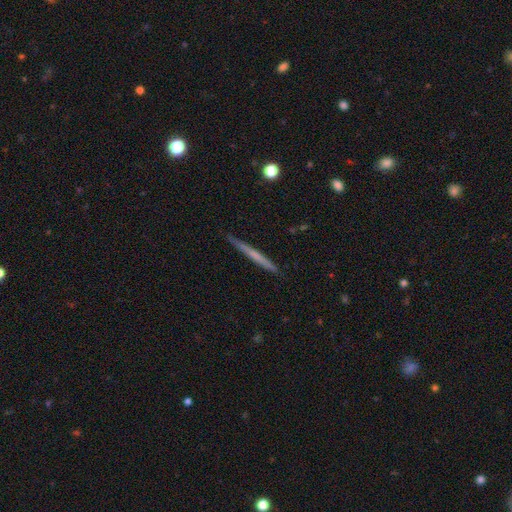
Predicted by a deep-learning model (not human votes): Morphology: type=smooth (47%, tied with featured or disk); merging=none (88%).